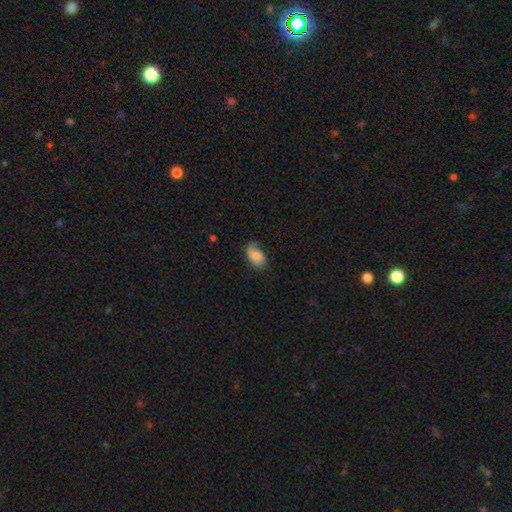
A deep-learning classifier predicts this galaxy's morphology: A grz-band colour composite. It shows a smooth galaxy with no disk features (61%) that is in between round and cigar-shaped (90%). Merging: none (52%).